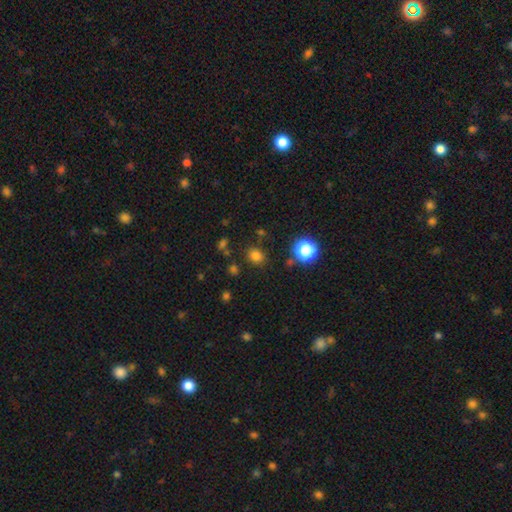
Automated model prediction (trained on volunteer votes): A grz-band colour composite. It shows a smooth galaxy with no disk features (76%) that is round (68%). Merging: none (82%).